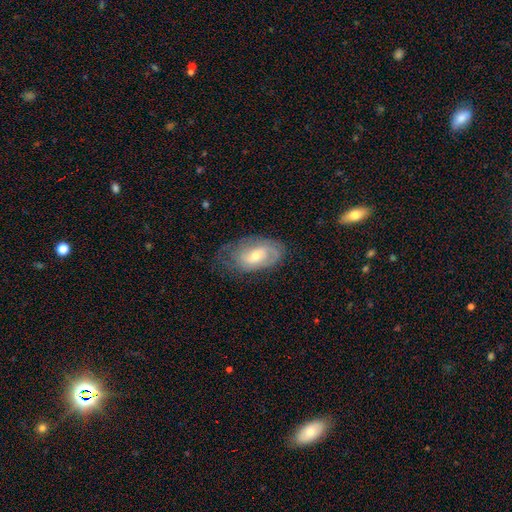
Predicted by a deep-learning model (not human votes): Smooth or featured? featured or disk (64%)
Edge-on disk? no (93%)
Bar? no (53%)
Spiral arms? yes (80%)
Bulge size? moderate (51%)
Merging? none (59%)